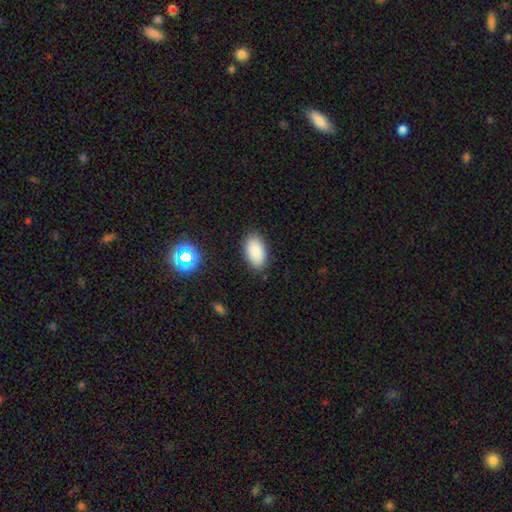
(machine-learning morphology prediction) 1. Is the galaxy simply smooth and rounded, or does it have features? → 88% smooth, 8% star or artifact, 4% featured or disk.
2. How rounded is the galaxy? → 95% in between, 4% round, 2% cigar-shaped.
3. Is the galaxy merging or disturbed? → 87% none, 10% minor disturbance, 3% major disturbance, 1% merger.